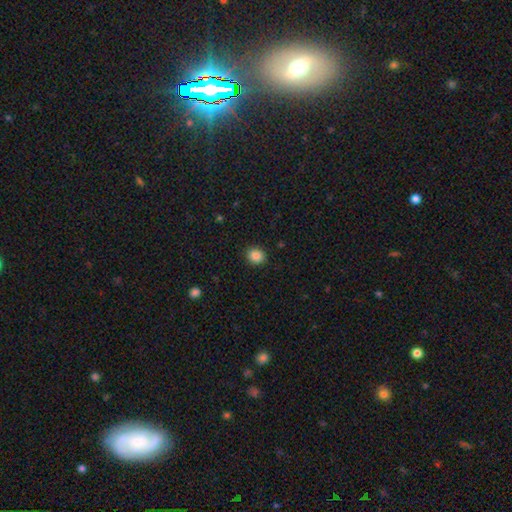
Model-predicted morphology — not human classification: A smooth galaxy with no disk features (86%) that is round (75%). Merging: none (91%).